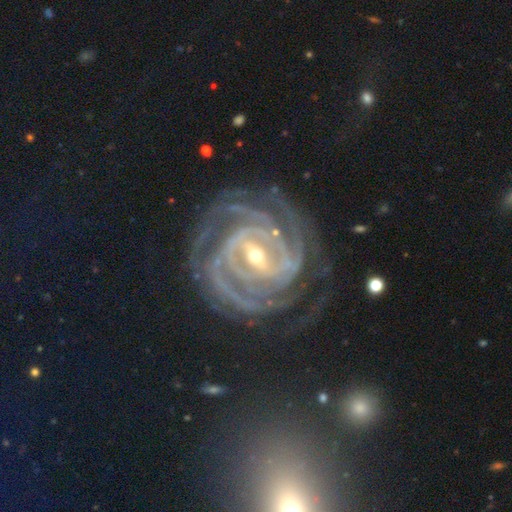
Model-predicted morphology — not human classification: This is clearly a featured or disk galaxy (93%). It is clearly not viewed edge-on (97%). Bar: possibly strong (57%). Spiral arm pattern: clearly yes (98%). Spiral arm count: marginally 4 (26%). Spiral winding: likely tight (75%). Central bulge: likely small (60%). Merging: likely none (74%).